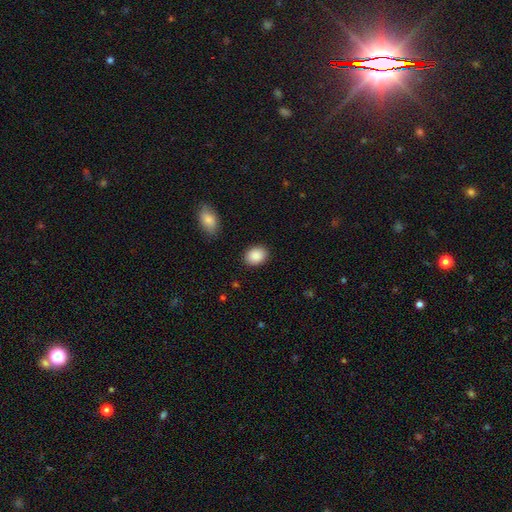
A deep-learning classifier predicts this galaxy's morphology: Smooth or featured? Predicted: smooth (p=0.88). How rounded? Predicted: in between (p=0.67). Merging? Predicted: none (p=0.88).